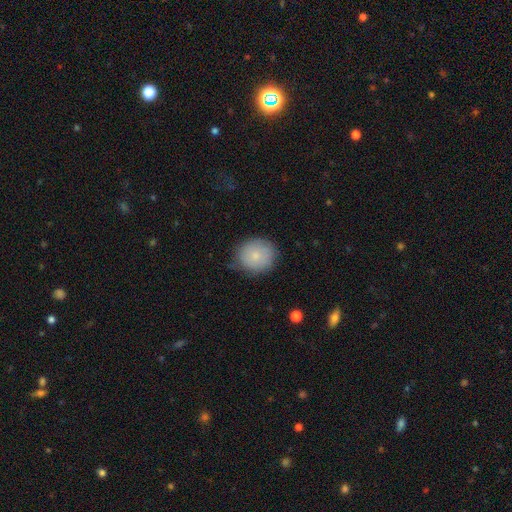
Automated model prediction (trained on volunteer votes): smooth_or_featured: smooth (p=0.81) [alt: featured or disk p=0.12]
how_rounded: round (p=0.81) [alt: in between p=0.18]
merging: none (p=0.75) [alt: minor disturbance p=0.19]